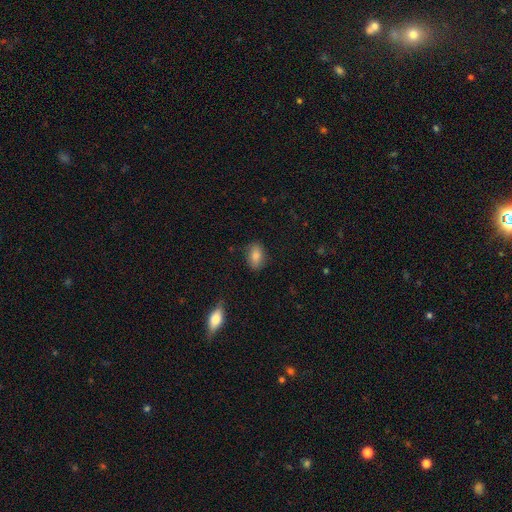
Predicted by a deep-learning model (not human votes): Smooth or featured: smooth — 80% (featured or disk — 12%)
How rounded: in between — 86% (round — 11%)
Merging: none — 82% (minor disturbance — 14%)